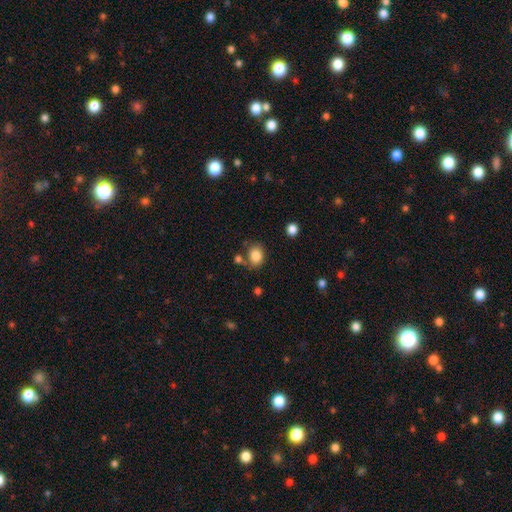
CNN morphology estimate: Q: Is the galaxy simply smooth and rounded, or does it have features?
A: smooth — 85%.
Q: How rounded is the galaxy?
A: round — 53%.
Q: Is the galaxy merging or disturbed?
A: none — 69%.